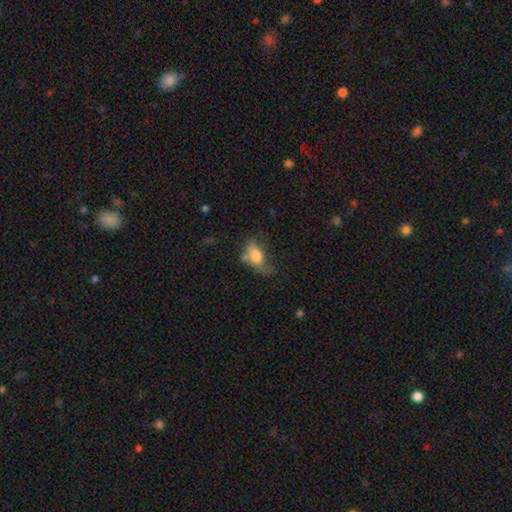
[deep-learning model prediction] This is likely a smooth galaxy (67%). How rounded: clearly in between (82%). Merging: marginally none (30%).